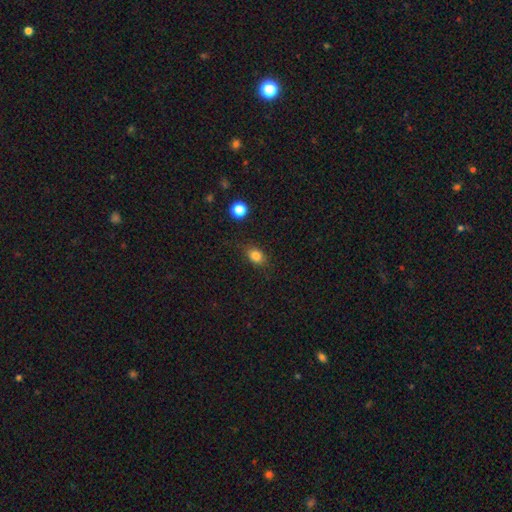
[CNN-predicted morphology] Smooth or featured?
  - smooth: 82% *
  - star or artifact: 11%
  - featured or disk: 6%
How rounded?
  - in between: 64% *
  - round: 34%
  - cigar-shaped: 2%
Merging?
  - none: 81% *
  - minor disturbance: 14%
  - major disturbance: 4%
  - merger: 2%